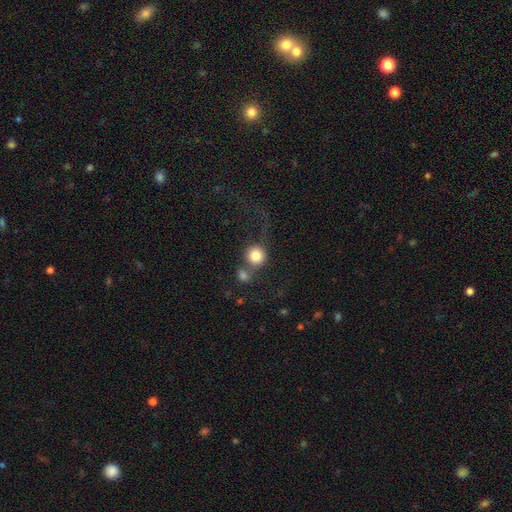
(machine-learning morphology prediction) Smooth or featured?
  - smooth: 80% *
  - featured or disk: 10%
  - star or artifact: 9%
How rounded?
  - round: 90% *
  - in between: 8%
  - cigar-shaped: 1%
Merging?
  - none: 42% *
  - merger: 38%
  - major disturbance: 10%
  - minor disturbance: 10%